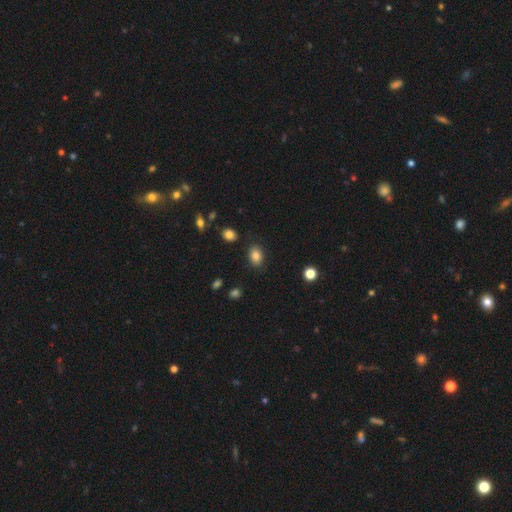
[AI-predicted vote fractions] smooth_or_featured: smooth (p=0.85) [alt: star or artifact p=0.09]
how_rounded: in between (p=0.76) [alt: round p=0.23]
merging: none (p=0.84) [alt: minor disturbance p=0.11]